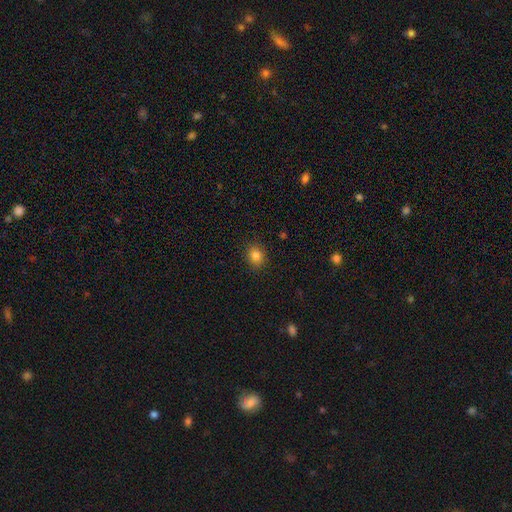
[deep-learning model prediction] Overall: smooth (83%). How rounded: round (67%; in between 32%). Merging: none (90%).